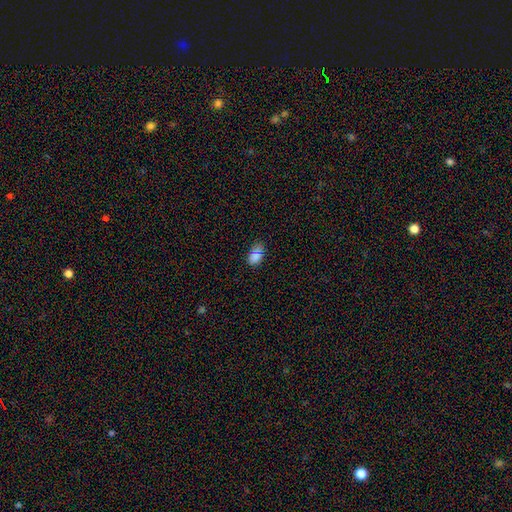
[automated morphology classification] A smooth galaxy with no disk features (77%) that is in between round and cigar-shaped (87%). Merging: none (65%).